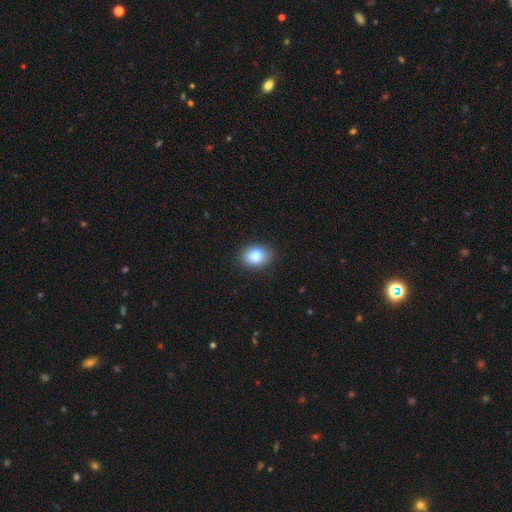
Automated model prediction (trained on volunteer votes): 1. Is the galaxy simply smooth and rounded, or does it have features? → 85% smooth, 8% star or artifact, 7% featured or disk.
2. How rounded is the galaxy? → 73% in between, 26% round, 1% cigar-shaped.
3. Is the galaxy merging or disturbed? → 83% none, 13% minor disturbance, 3% major disturbance, 1% merger.